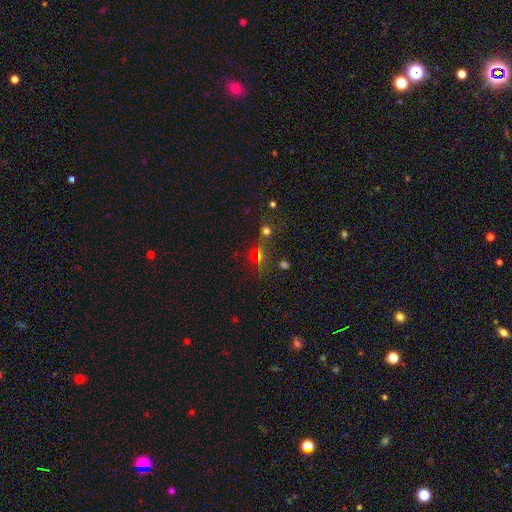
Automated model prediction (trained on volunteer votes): A star or artifact, not a galaxy (44%).

Vote fractions:
- Smooth or featured? star or artifact: 44% / smooth: 43% / featured or disk: 13%